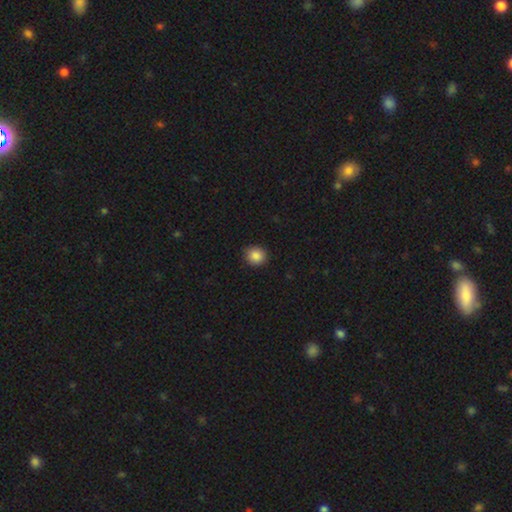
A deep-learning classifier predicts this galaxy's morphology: type=smooth (87%); roundness=round (84%); merging=none (89%).